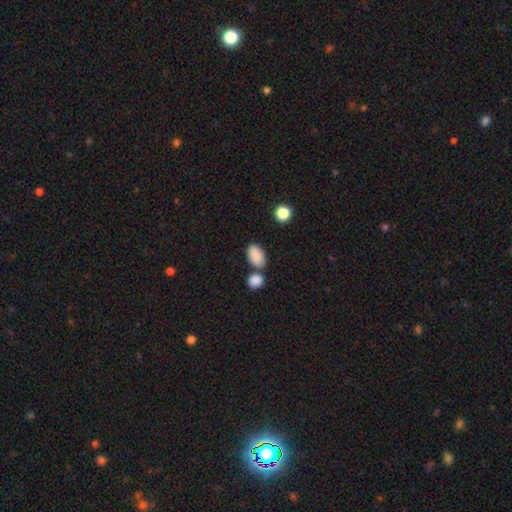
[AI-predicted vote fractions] Smooth or featured?
  - smooth: 88% *
  - star or artifact: 7%
  - featured or disk: 5%
How rounded?
  - in between: 92% *
  - round: 7%
  - cigar-shaped: 1%
Merging?
  - none: 64% *
  - merger: 19%
  - minor disturbance: 13%
  - major disturbance: 4%